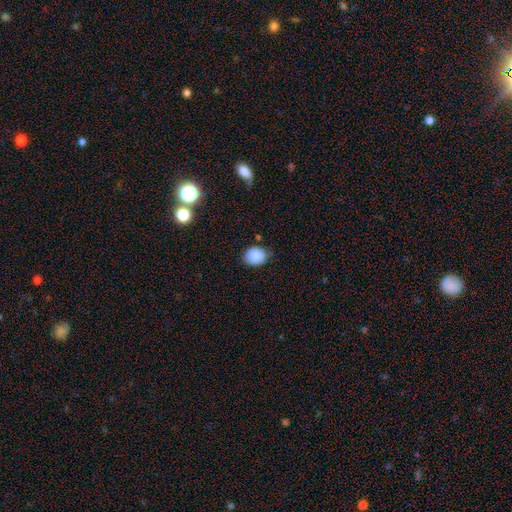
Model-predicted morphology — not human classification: smooth_or_featured: smooth (p=0.88) [alt: star or artifact p=0.09]
how_rounded: round (p=0.61) [alt: in between p=0.38]
merging: none (p=0.76) [alt: minor disturbance p=0.19]